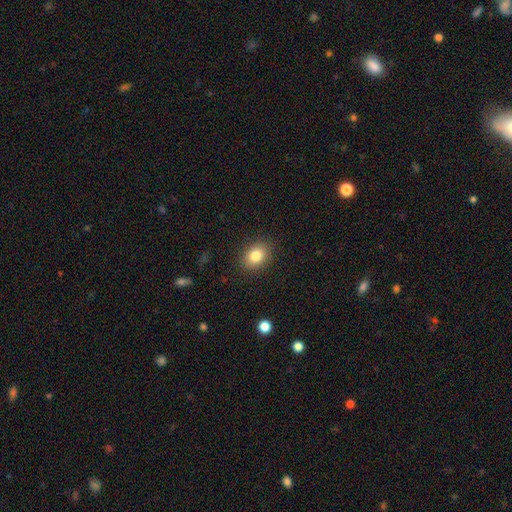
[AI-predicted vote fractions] The model was most divided on "how rounded": in between: 63%, round: 36%, cigar-shaped: 1%. More confident: merging — none (88%); smooth or featured — smooth (84%).